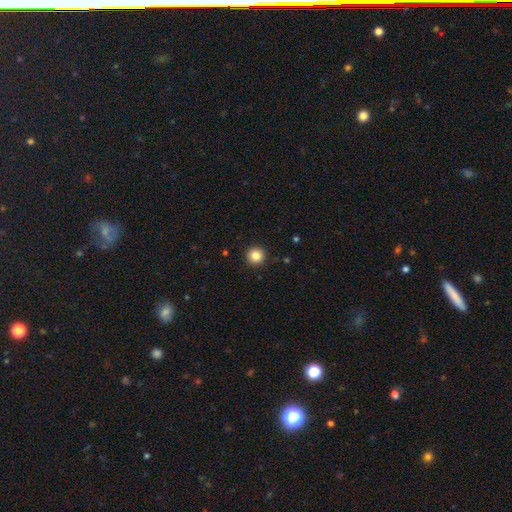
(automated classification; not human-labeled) Q: Smooth or featured?
A: smooth (85%); runner-up: star or artifact (10%)
Q: How rounded?
A: round (96%); runner-up: in between (3%)
Q: Merging?
A: none (93%); runner-up: minor disturbance (4%)